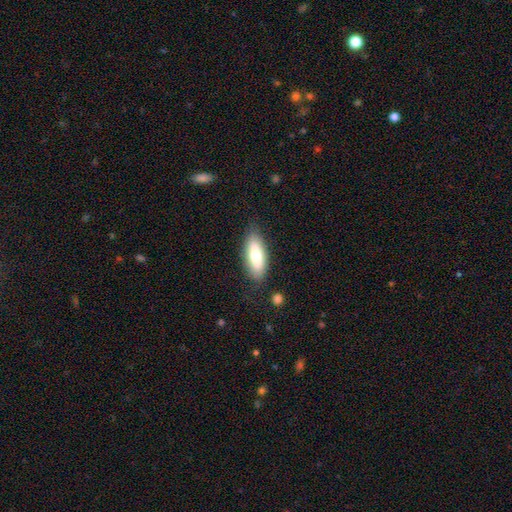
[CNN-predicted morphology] Overall: smooth (74%). How rounded: in between (72%). Merging: none (81%).